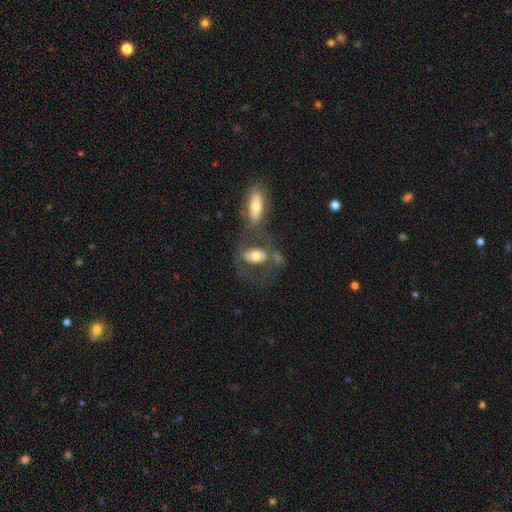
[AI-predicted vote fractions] Smooth or featured?
  - smooth: 52% *
  - featured or disk: 41%
  - star or artifact: 7%
How rounded?
  - in between: 82% *
  - round: 15%
  - cigar-shaped: 3%
Merging?
  - none: 41% *
  - merger: 33%
  - minor disturbance: 13%
  - major disturbance: 13%